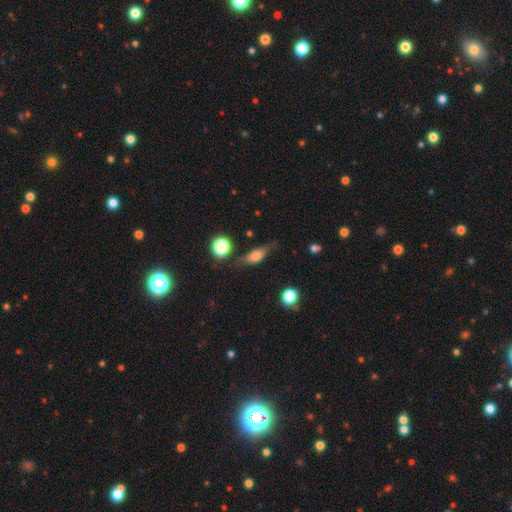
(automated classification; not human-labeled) Smooth or featured?
  - smooth: 59% *
  - featured or disk: 31%
  - star or artifact: 10%
How rounded?
  - in between: 62% *
  - cigar-shaped: 28%
  - round: 10%
Merging?
  - none: 64% *
  - minor disturbance: 25%
  - major disturbance: 8%
  - merger: 3%